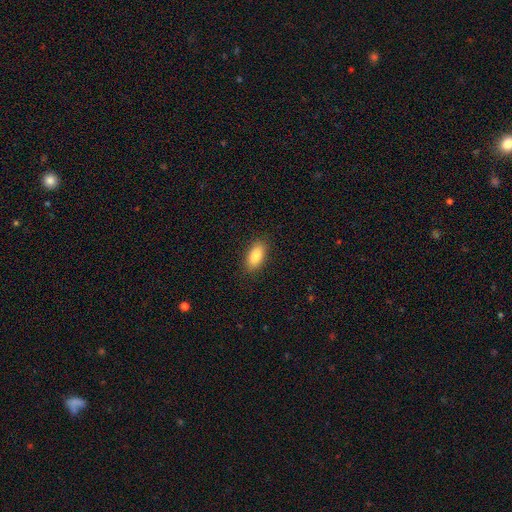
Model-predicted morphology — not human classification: smooth 87%, star or artifact 7%, featured or disk 6%. Down the decision tree: how rounded — in between (88%); merging — none (88%).